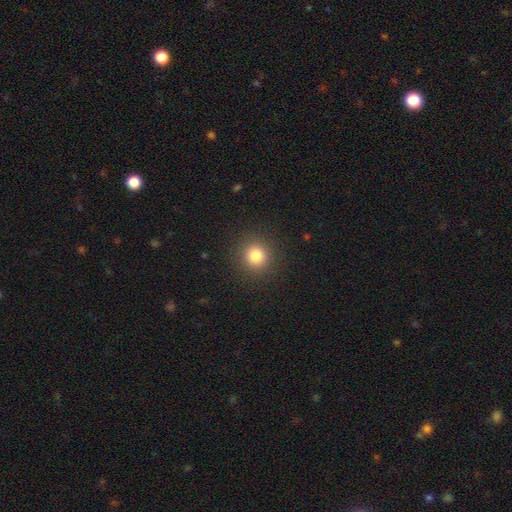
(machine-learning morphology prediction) A smooth galaxy with no disk features (82%) that is round (91%).

Vote fractions:
- Smooth or featured? smooth: 82% / star or artifact: 12% / featured or disk: 6%
- How rounded? round: 91% / in between: 8% / cigar-shaped: 1%
- Merging? none: 90% / minor disturbance: 6% / major disturbance: 3% / merger: 1%